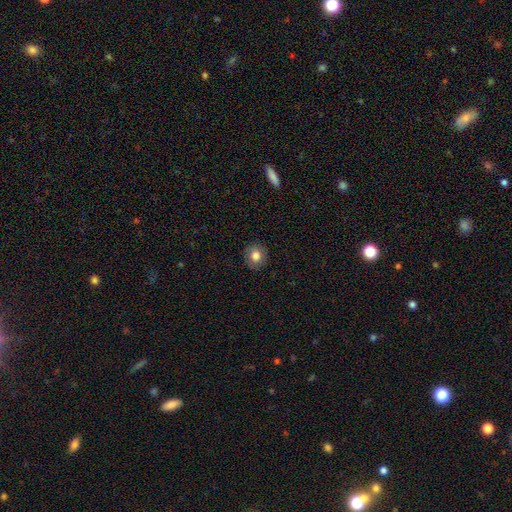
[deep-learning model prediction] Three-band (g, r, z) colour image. It shows a smooth galaxy with no disk features (81%) that is round (75%). Merging: none (89%).